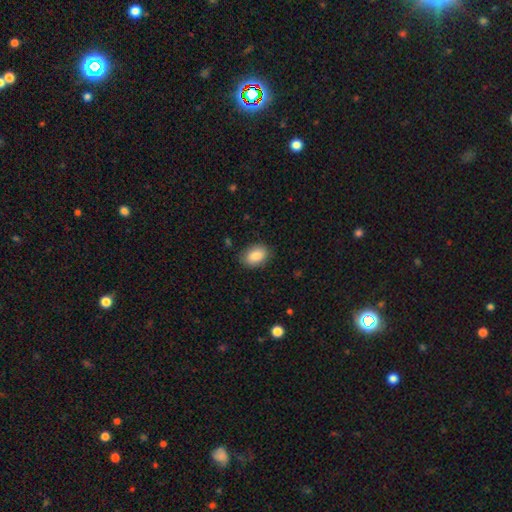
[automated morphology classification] type=smooth (87%); roundness=in between (83%); merging=none (84%).